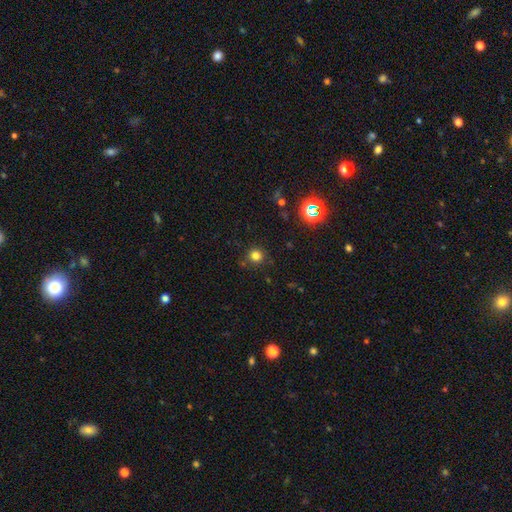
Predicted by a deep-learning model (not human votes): smooth-or-featured: smooth: 78% | star or artifact: 17% | featured or disk: 5%
  how-rounded: round: 93% | in between: 6% | cigar-shaped: 1%
  merging: none: 85% | minor disturbance: 9% | merger: 3% | major disturbance: 3%